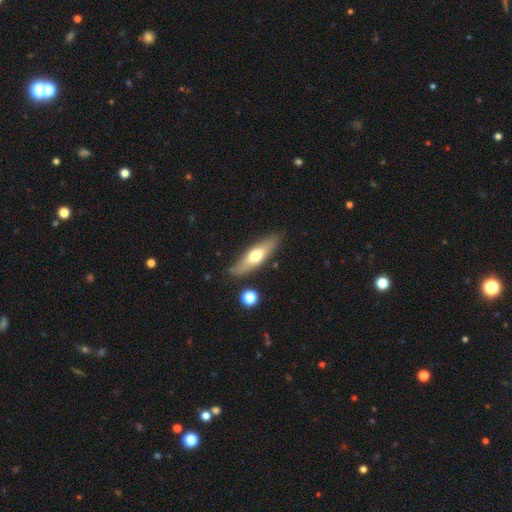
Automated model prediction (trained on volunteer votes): This is possibly a smooth galaxy (52%). How rounded: likely cigar-shaped (62%). Merging: likely none (80%).